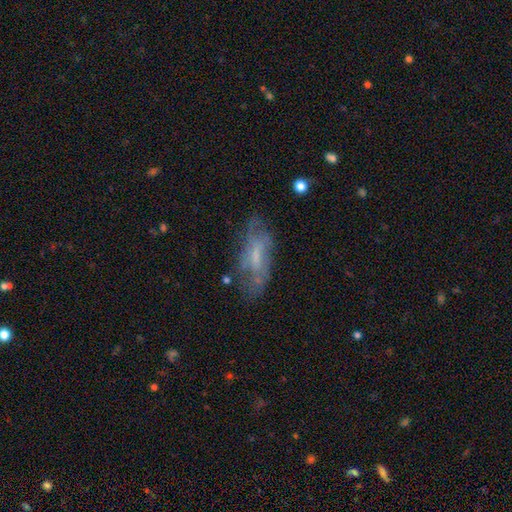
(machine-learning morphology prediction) Smooth or featured? Predicted: featured or disk (p=0.55). Edge-on disk? Predicted: no (p=0.82). Merging? Predicted: none (p=0.59).